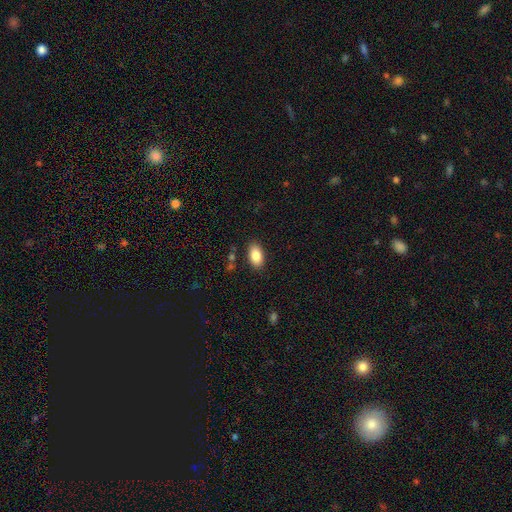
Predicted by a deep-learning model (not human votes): Smooth or featured: smooth — 86% (star or artifact — 7%)
How rounded: in between — 93% (round — 5%)
Merging: none — 87% (minor disturbance — 9%)